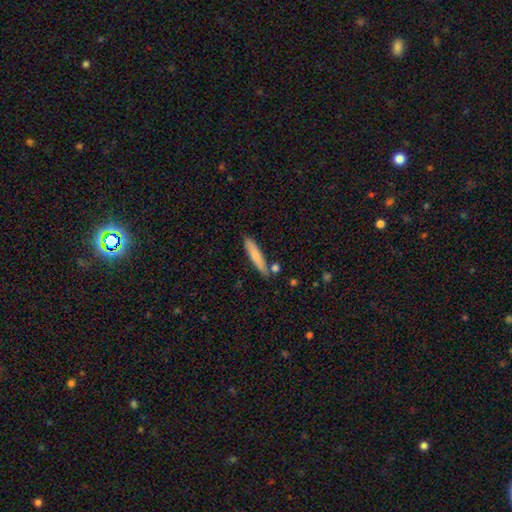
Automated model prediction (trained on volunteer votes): smooth 76%, featured or disk 18%, star or artifact 6%. Down the decision tree: how rounded — cigar-shaped (88%); merging — none (79%).